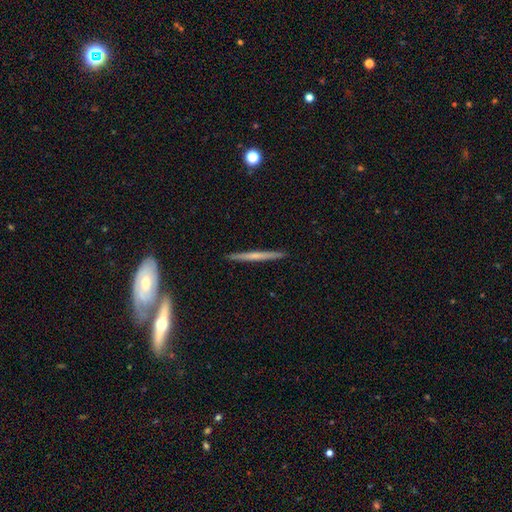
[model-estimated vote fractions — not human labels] Overall: featured or disk (53%; smooth 40%). Edge-on disk: yes (97%). Edge-on bulge: none (66%; rounded 29%). Merging: none (91%).